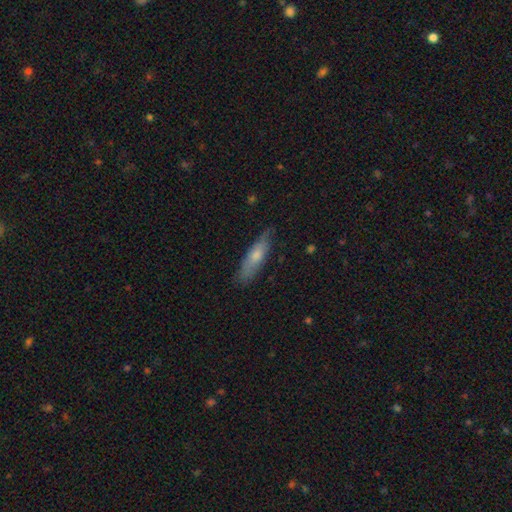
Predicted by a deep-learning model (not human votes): Smooth or featured? Predicted: smooth (p=0.63). How rounded? Predicted: cigar-shaped (p=0.68). Merging? Predicted: none (p=0.76).